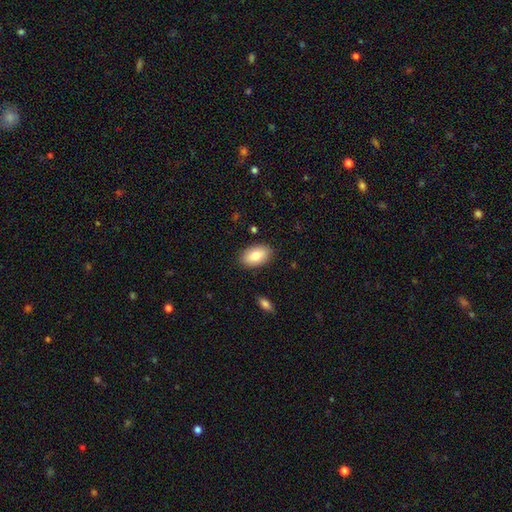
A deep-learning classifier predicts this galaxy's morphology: Q: Smooth or featured?
A: smooth (80%); runner-up: featured or disk (13%)
Q: How rounded?
A: in between (93%); runner-up: round (6%)
Q: Merging?
A: none (87%); runner-up: minor disturbance (9%)